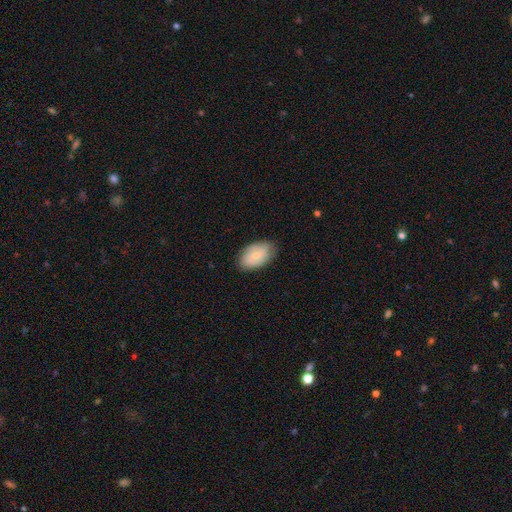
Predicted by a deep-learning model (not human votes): smooth-or-featured: smooth: 60% | featured or disk: 34% | star or artifact: 6%
  how-rounded: in between: 91% | round: 7% | cigar-shaped: 2%
  merging: none: 82% | minor disturbance: 15% | major disturbance: 3% | merger: 1%